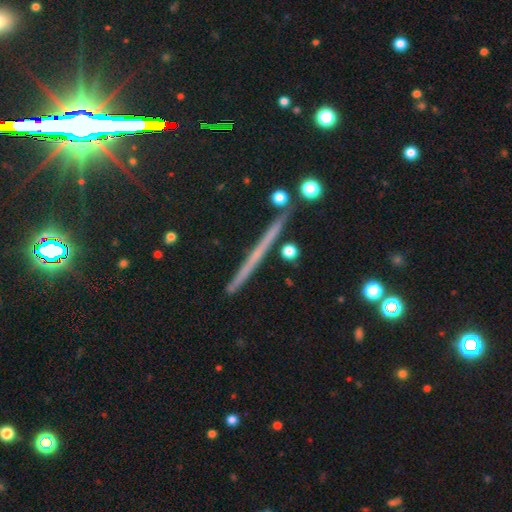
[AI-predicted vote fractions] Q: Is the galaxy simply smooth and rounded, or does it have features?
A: featured or disk — 54%.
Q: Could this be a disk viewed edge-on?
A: yes — 94%.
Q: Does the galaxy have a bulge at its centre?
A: none — 73%.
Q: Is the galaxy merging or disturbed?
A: none — 86%.